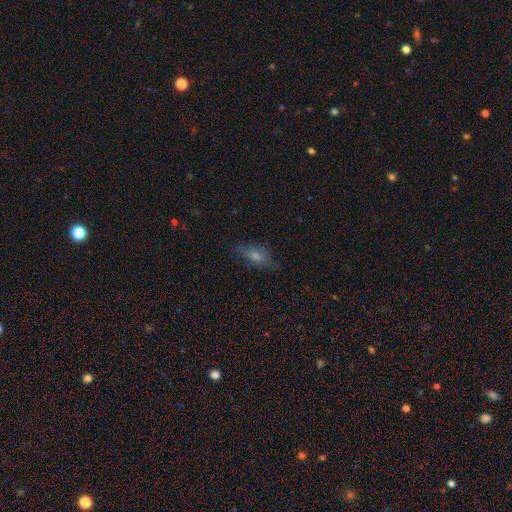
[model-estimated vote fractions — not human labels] Smooth or featured: smooth — 47% (featured or disk — 36%)
Merging: none — 77% (minor disturbance — 17%)